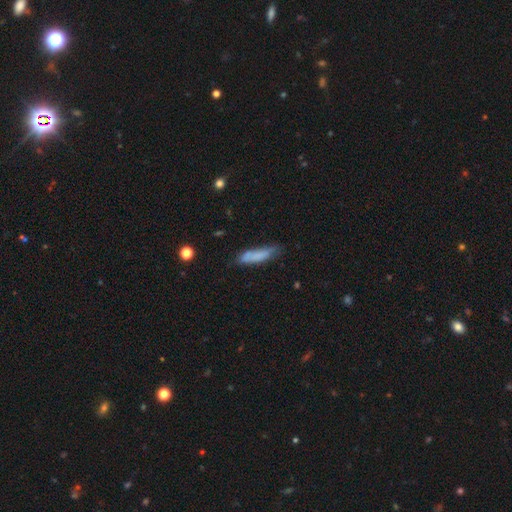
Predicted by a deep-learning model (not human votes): Smooth or featured? smooth (76%)
How rounded? cigar-shaped (73%)
Merging? none (62%)